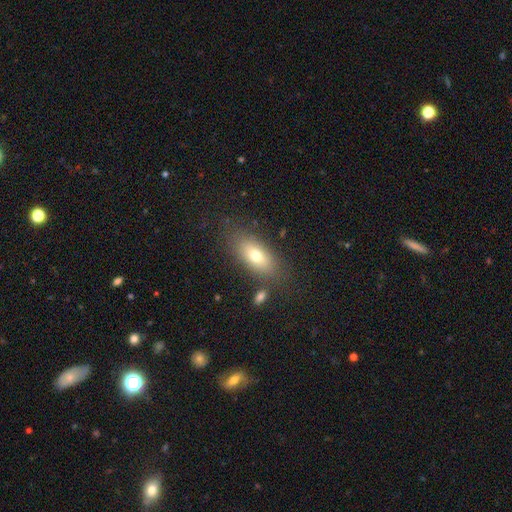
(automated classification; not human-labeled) smooth_or_featured: smooth (p=0.71) [alt: featured or disk p=0.20]
how_rounded: in between (p=0.82) [alt: cigar-shaped p=0.13]
merging: none (p=0.78) [alt: minor disturbance p=0.12]